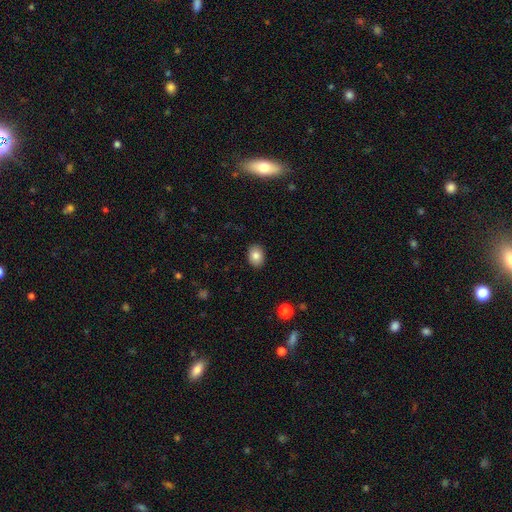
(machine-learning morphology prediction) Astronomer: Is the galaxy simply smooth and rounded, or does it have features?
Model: smooth — 83%.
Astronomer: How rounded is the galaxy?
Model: in between — 68%.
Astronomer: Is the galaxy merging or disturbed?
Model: none — 89%.